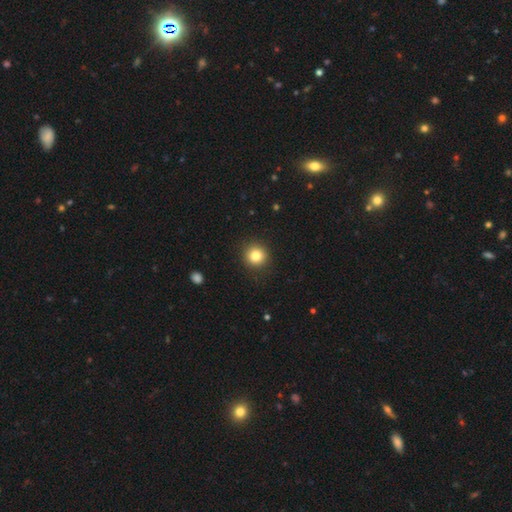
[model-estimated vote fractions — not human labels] The model was most divided on "smooth or featured": smooth: 83%, star or artifact: 11%, featured or disk: 6%. More confident: how rounded — round (93%); merging — none (91%).